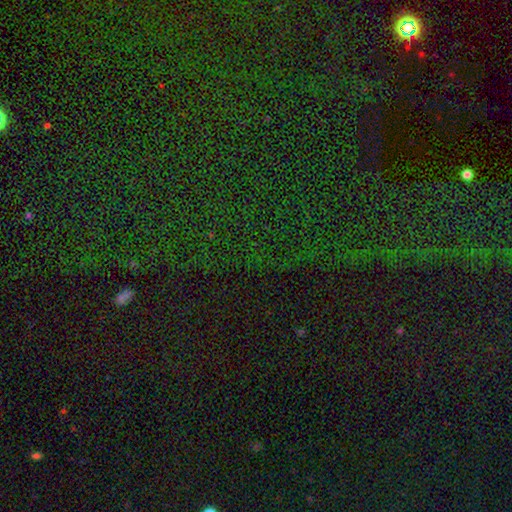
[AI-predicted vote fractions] smooth-or-featured: star or artifact: 80% | smooth: 12% | featured or disk: 8%